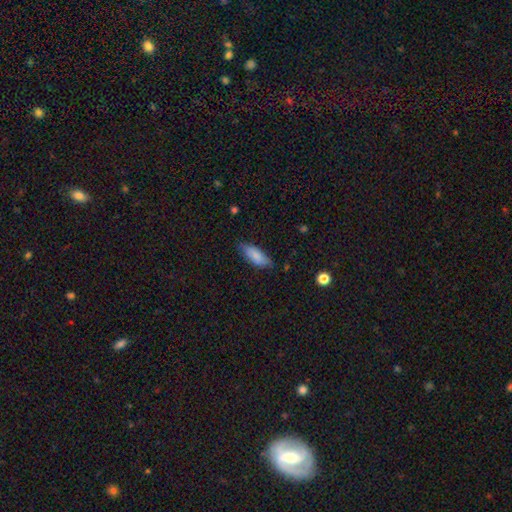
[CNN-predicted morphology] Smooth or featured? smooth (82%)
How rounded? in between (75%)
Merging? none (73%)